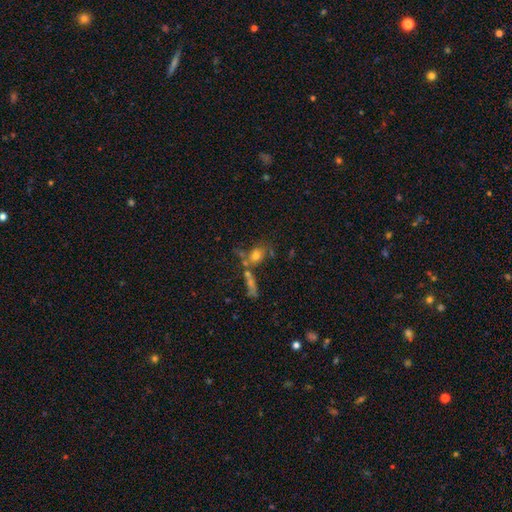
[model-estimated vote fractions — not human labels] Smooth or featured? smooth (67%)
How rounded? in between (53%)
Merging? none (43%)